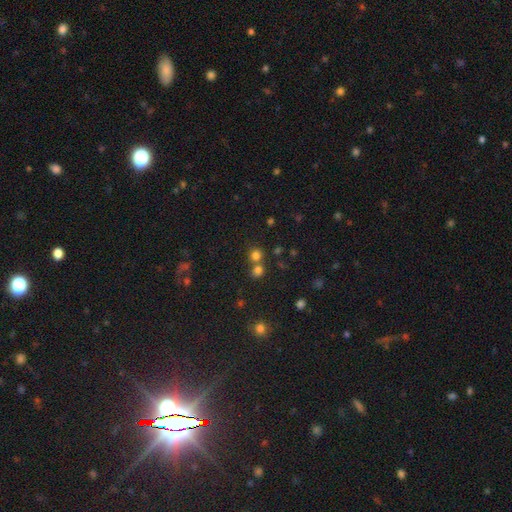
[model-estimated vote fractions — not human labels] Q: Smooth or featured?
A: smooth (74%); runner-up: star or artifact (19%)
Q: How rounded?
A: round (87%); runner-up: in between (12%)
Q: Merging?
A: none (58%); runner-up: merger (34%)